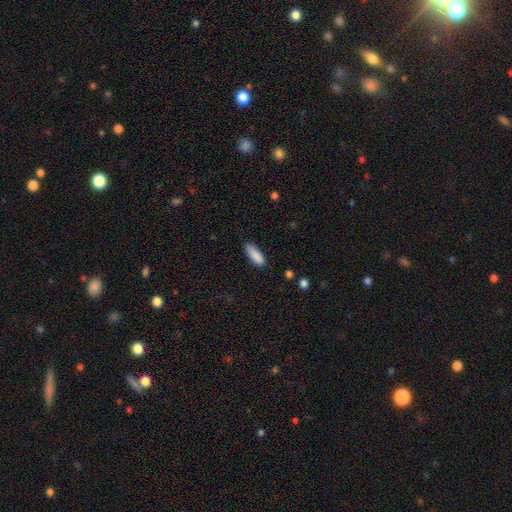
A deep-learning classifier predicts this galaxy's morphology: A smooth galaxy with no disk features (88%) that is in between round and cigar-shaped (53%). Merging: none (77%).